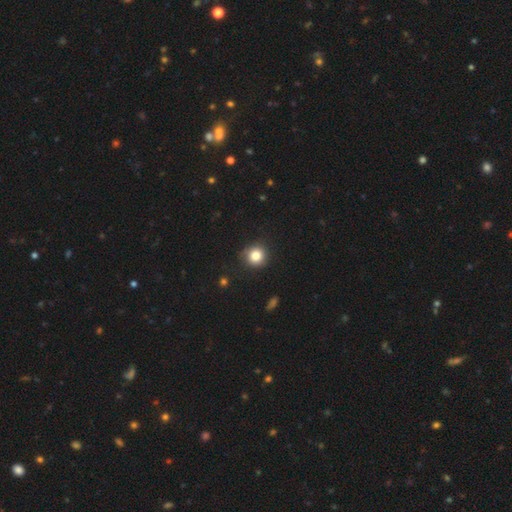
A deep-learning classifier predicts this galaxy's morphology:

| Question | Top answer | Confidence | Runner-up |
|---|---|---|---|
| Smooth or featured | smooth | 82% | star or artifact (11%) |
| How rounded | round | 92% | in between (7%) |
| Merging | none | 86% | minor disturbance (11%) |